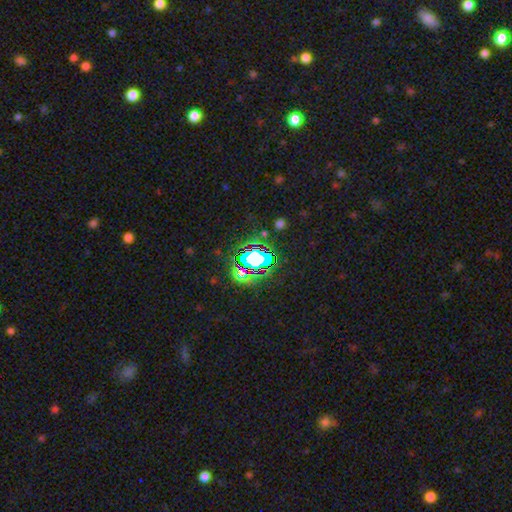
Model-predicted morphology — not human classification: smooth_or_featured: star or artifact (p=0.65) [alt: smooth p=0.23]